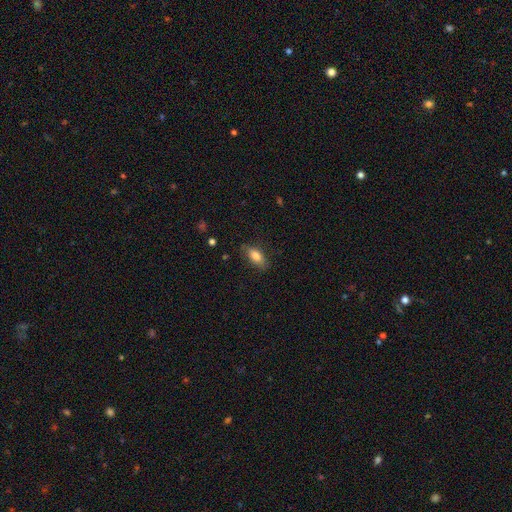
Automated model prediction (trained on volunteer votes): smooth 78%, featured or disk 14%, star or artifact 7%. Down the decision tree: how rounded — in between (81%); merging — none (74%).